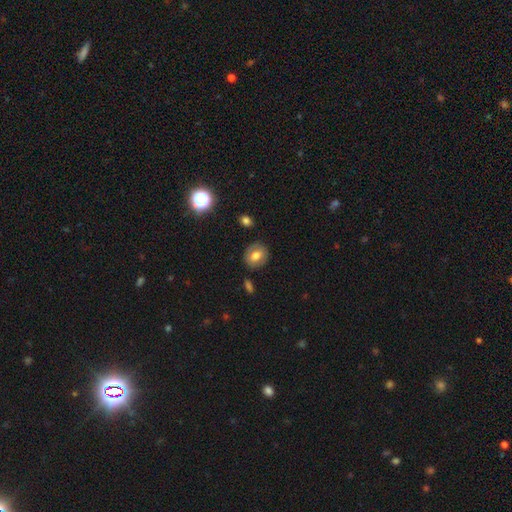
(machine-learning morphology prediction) This is likely a smooth galaxy (69%). How rounded: likely round (64%). Merging: clearly none (85%).